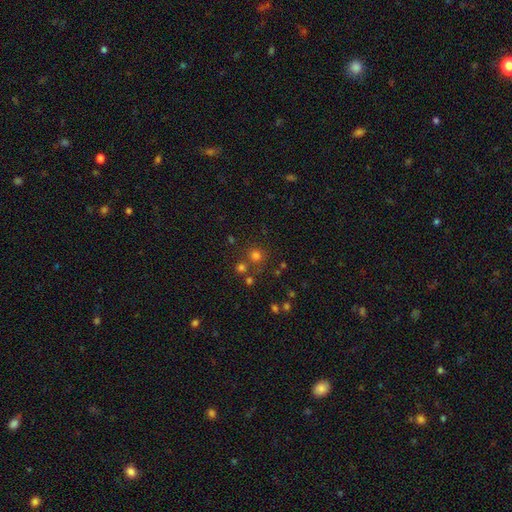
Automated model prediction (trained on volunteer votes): This is likely a smooth galaxy (68%). How rounded: clearly round (91%). Merging: likely none (72%).